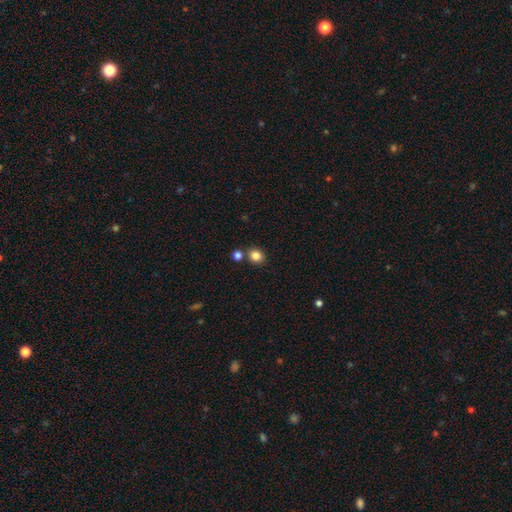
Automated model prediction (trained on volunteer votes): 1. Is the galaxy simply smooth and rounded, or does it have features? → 84% smooth, 11% star or artifact, 5% featured or disk.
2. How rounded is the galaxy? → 71% round, 28% in between, 1% cigar-shaped.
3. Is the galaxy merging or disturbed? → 74% none, 15% merger, 8% minor disturbance, 3% major disturbance.